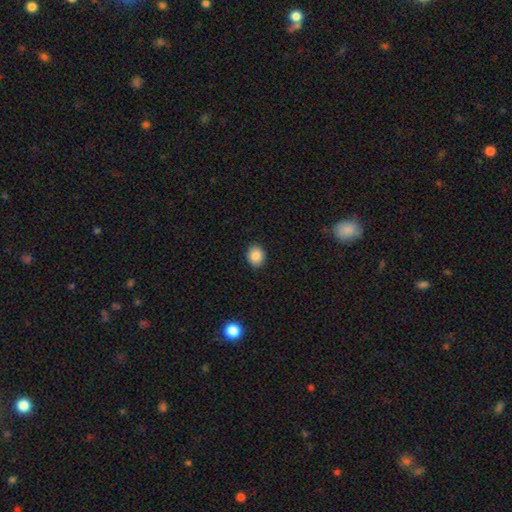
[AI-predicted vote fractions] Smooth or featured: smooth — 87% (star or artifact — 9%)
How rounded: round — 56% (in between — 43%)
Merging: none — 89% (minor disturbance — 8%)